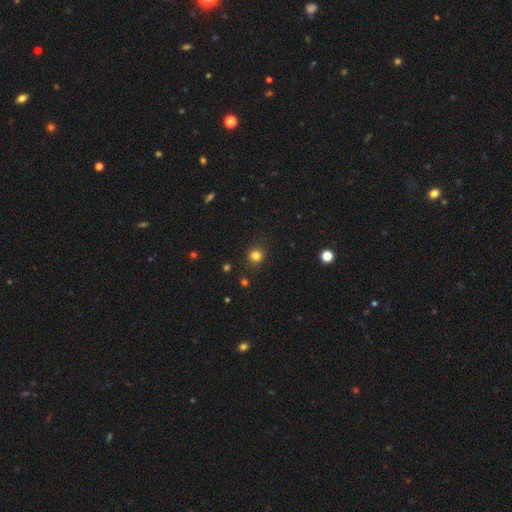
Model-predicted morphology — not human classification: smooth 81%, star or artifact 14%, featured or disk 4%. Down the decision tree: how rounded — round (90%); merging — none (90%).